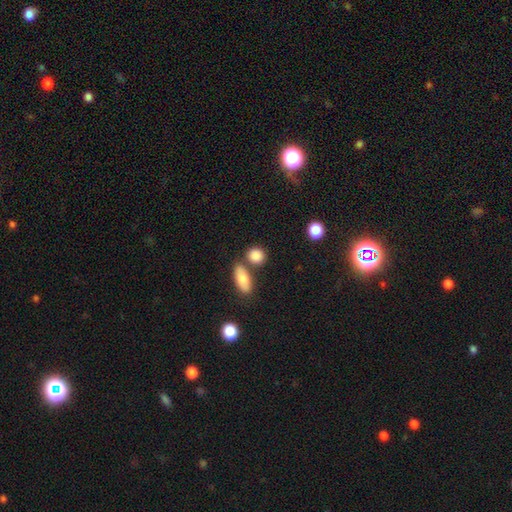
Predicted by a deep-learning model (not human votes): smooth_or_featured: smooth (p=0.86) [alt: star or artifact p=0.08]
how_rounded: round (p=0.62) [alt: in between p=0.34]
merging: none (p=0.68) [alt: merger p=0.17]